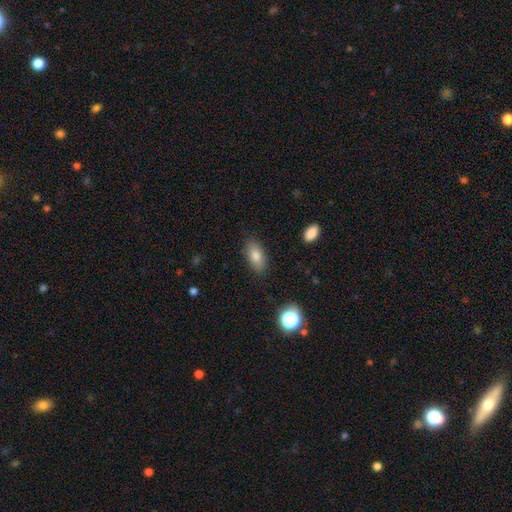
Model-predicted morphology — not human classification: Q: Smooth or featured?
A: smooth (81%); runner-up: featured or disk (10%)
Q: How rounded?
A: in between (89%); runner-up: cigar-shaped (6%)
Q: Merging?
A: none (86%); runner-up: minor disturbance (10%)